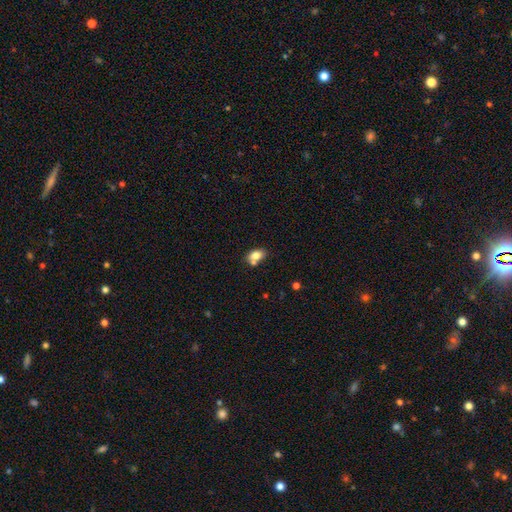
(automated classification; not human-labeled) Smooth or featured? smooth (78%)
How rounded? in between (80%)
Merging? none (51%)